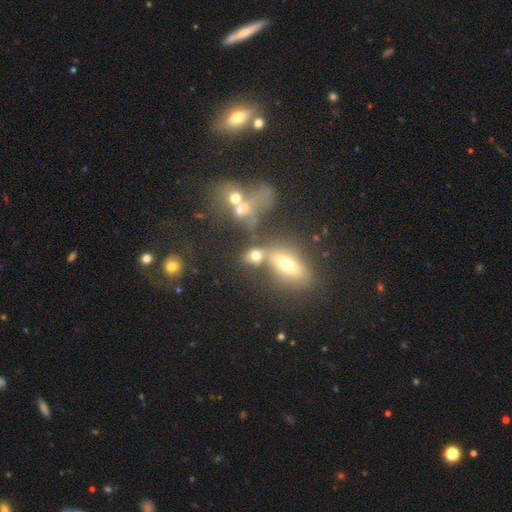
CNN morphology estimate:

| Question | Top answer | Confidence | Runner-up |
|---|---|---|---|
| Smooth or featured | smooth | 66% | featured or disk (18%) |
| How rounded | in between | 60% | round (33%) |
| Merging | none | 41% | merger (39%) |